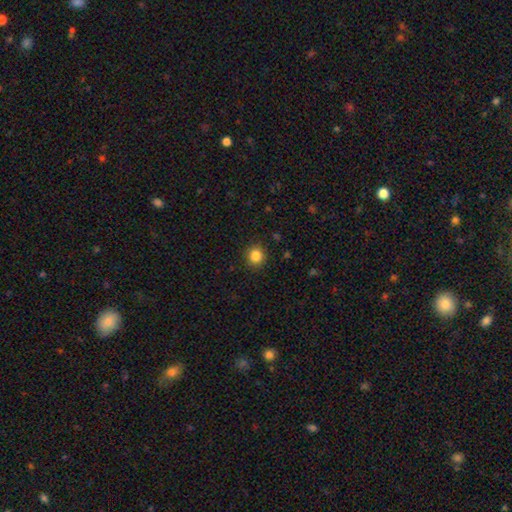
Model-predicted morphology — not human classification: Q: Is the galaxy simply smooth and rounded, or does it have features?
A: smooth — 84%.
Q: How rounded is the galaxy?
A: round — 89%.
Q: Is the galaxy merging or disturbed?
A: none — 91%.